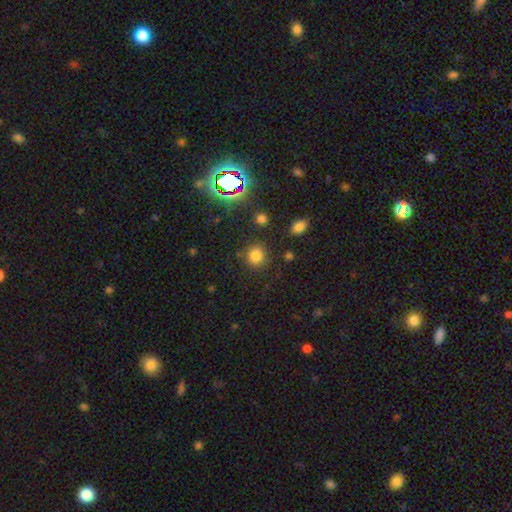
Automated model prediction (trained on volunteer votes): Smooth or featured? smooth (76%)
How rounded? round (85%)
Merging? none (85%)